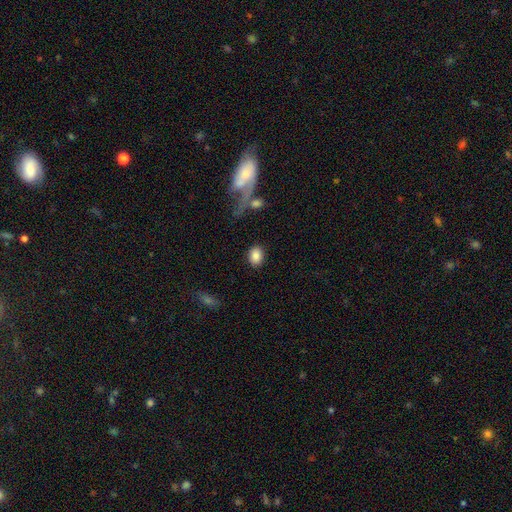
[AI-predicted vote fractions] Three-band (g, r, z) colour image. It shows a smooth galaxy with no disk features (85%) that is in between round and cigar-shaped (68%). Merging: none (83%).